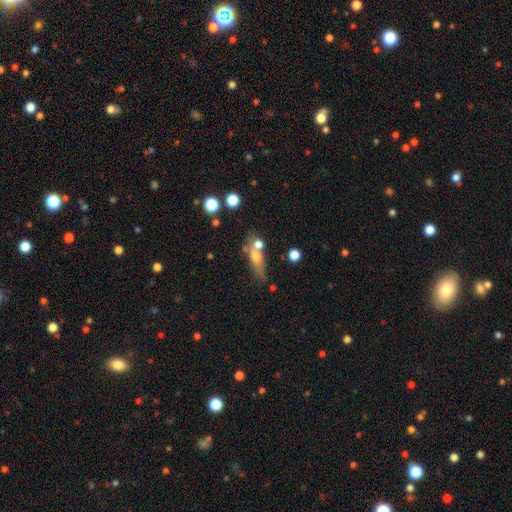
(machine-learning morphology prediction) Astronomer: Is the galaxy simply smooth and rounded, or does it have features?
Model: smooth — 60%.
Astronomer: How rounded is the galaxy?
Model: in between — 47% (runner-up: cigar-shaped, 39%).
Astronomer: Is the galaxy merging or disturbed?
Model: none — 42% (runner-up: merger, 33%).